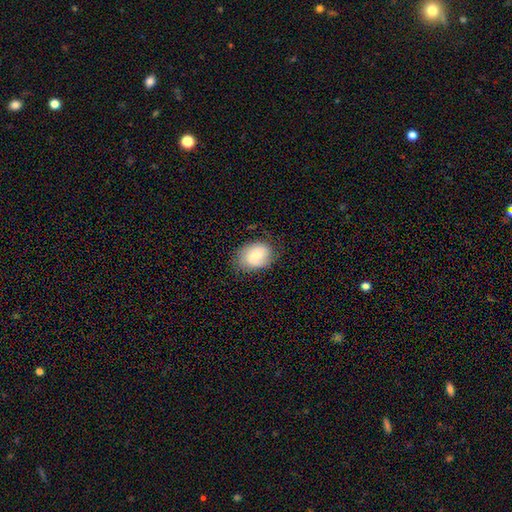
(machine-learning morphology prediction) A smooth galaxy with no disk features (74%) that is in between round and cigar-shaped (71%). Merging: none (71%).